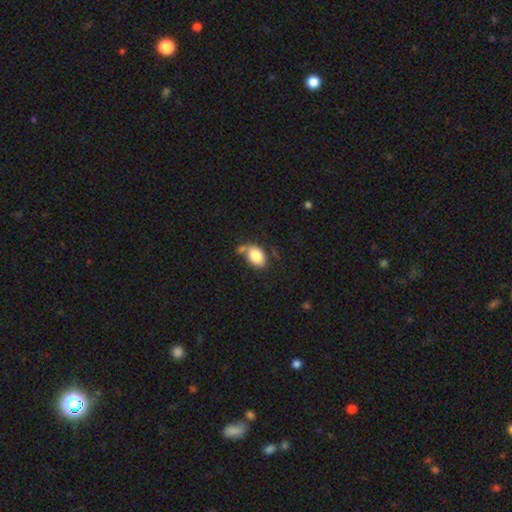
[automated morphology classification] smooth 80%, featured or disk 12%, star or artifact 8%. Down the decision tree: how rounded — in between (84%); merging — none (45%).